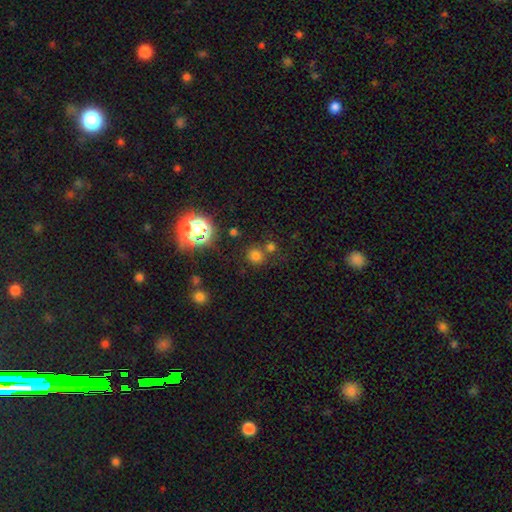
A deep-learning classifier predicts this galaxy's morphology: The model was most divided on "smooth or featured": smooth: 67%, star or artifact: 27%, featured or disk: 6%. More confident: how rounded — round (90%); merging — none (70%).